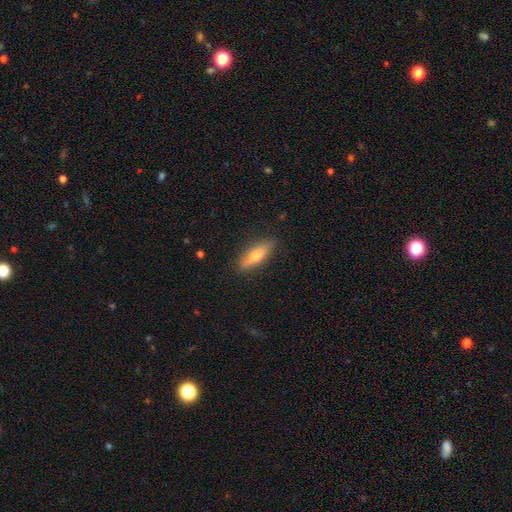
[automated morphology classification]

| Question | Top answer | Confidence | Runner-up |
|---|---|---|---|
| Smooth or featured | smooth | 65% | featured or disk (28%) |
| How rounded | cigar-shaped | 56% | in between (42%) |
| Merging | none | 85% | minor disturbance (11%) |